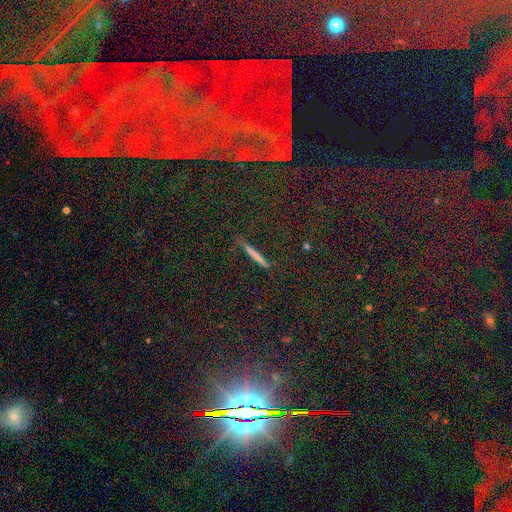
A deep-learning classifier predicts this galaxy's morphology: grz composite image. It shows a smooth galaxy with no disk features (43%). Merging: none (88%).